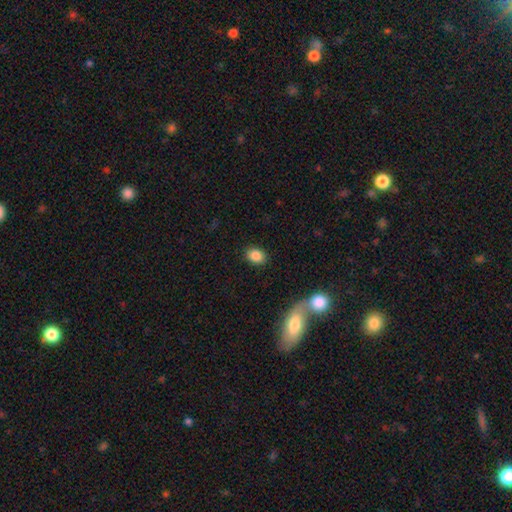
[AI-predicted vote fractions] smooth 86%, star or artifact 9%, featured or disk 5%. Down the decision tree: how rounded — in between (68%); merging — none (86%).